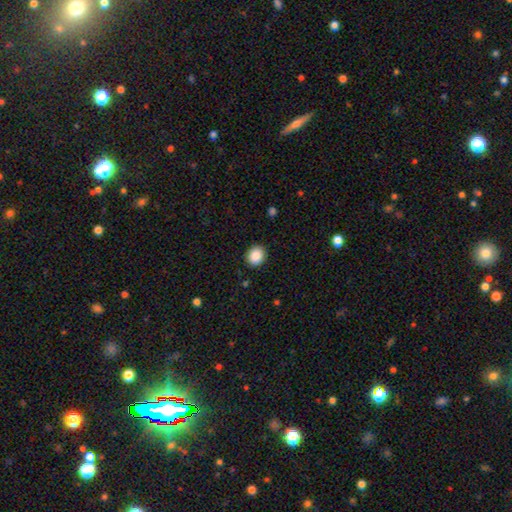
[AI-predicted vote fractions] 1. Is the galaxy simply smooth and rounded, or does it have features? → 89% smooth, 8% star or artifact, 3% featured or disk.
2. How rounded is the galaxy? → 70% round, 29% in between, 1% cigar-shaped.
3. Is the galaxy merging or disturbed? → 90% none, 7% minor disturbance, 2% major disturbance, 1% merger.